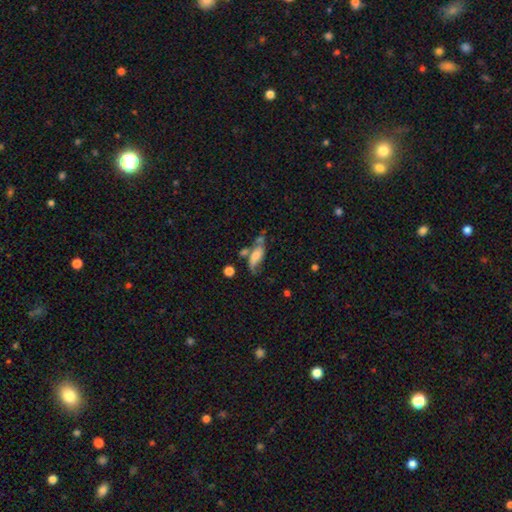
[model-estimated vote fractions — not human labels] This is possibly a smooth galaxy (57%). How rounded: likely in between (75%). Merging: marginally none (34%).